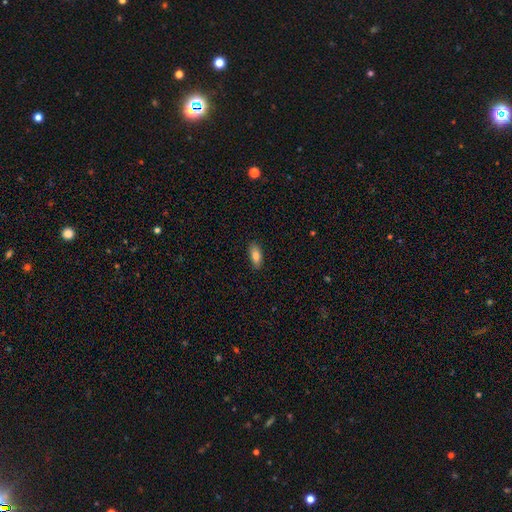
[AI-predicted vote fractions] A smooth galaxy with no disk features (83%) that is in between round and cigar-shaped (82%). Merging: none (87%).